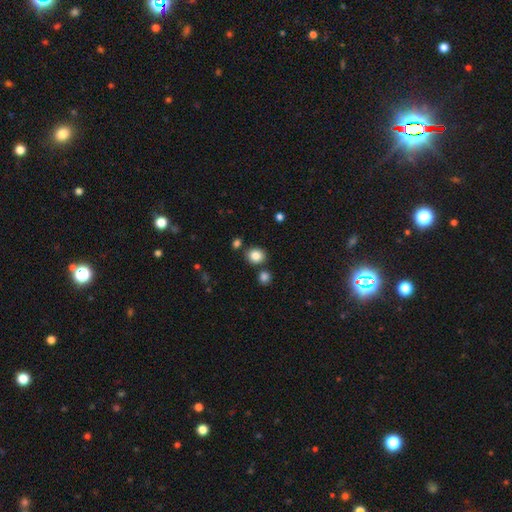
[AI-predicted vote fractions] Smooth or featured?
  - smooth: 85% *
  - star or artifact: 10%
  - featured or disk: 5%
How rounded?
  - round: 74% *
  - in between: 25%
  - cigar-shaped: 1%
Merging?
  - none: 81% *
  - merger: 8%
  - minor disturbance: 8%
  - major disturbance: 3%